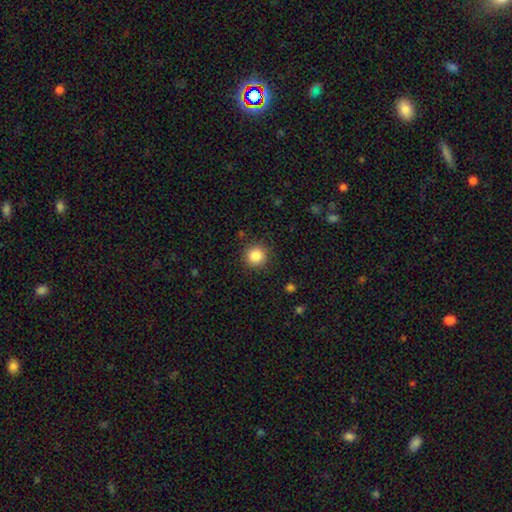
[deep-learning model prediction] smooth 85%, star or artifact 10%, featured or disk 4%. Down the decision tree: how rounded — round (94%); merging — none (90%).